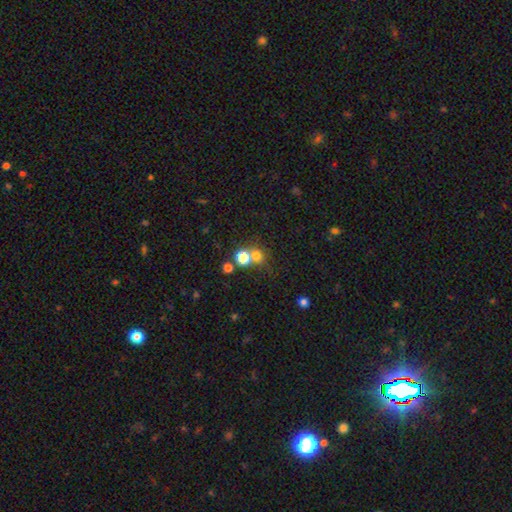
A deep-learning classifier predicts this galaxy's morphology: type=smooth (73%); roundness=round (81%); merging=none (47%).